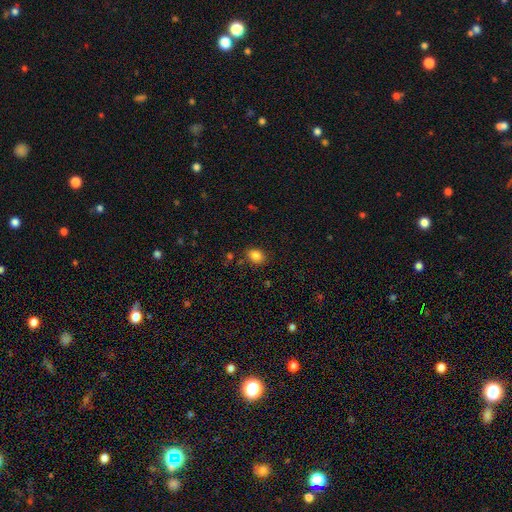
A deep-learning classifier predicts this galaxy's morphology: Smooth or featured?
  - smooth: 85% *
  - star or artifact: 10%
  - featured or disk: 4%
How rounded?
  - in between: 62% *
  - round: 37%
  - cigar-shaped: 1%
Merging?
  - none: 82% *
  - minor disturbance: 12%
  - major disturbance: 4%
  - merger: 3%